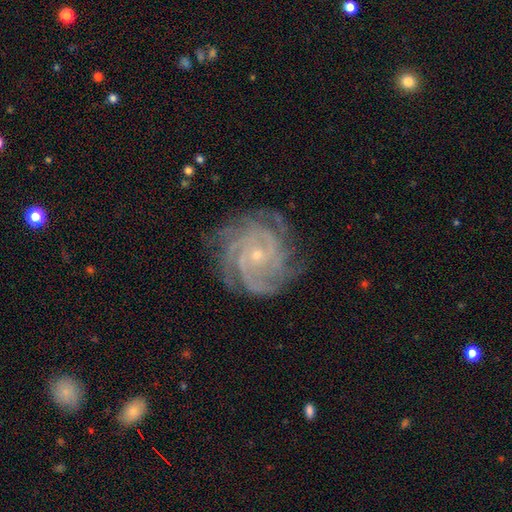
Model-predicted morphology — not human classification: Smooth or featured: featured or disk — 90% (star or artifact — 7%)
Edge-on disk: no — 98% (yes — 2%)
Bar: no — 75% (weak — 18%)
Spiral arms: yes — 98% (no — 2%)
Spiral winding: tight — 73% (medium — 24%)
Spiral arm count: 4 — 32% (3 — 23%)
Bulge size: small — 83% (moderate — 13%)
Merging: none — 76% (minor disturbance — 17%)